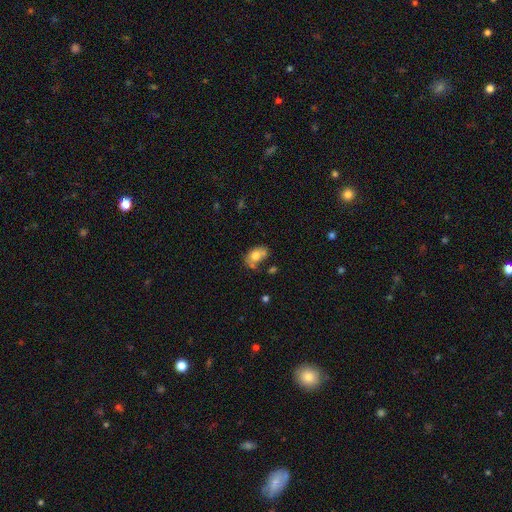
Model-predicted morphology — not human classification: smooth-or-featured: smooth: 71% | featured or disk: 20% | star or artifact: 9%
  how-rounded: in between: 81% | round: 17% | cigar-shaped: 2%
  merging: none: 46% | minor disturbance: 25% | merger: 20% | major disturbance: 9%